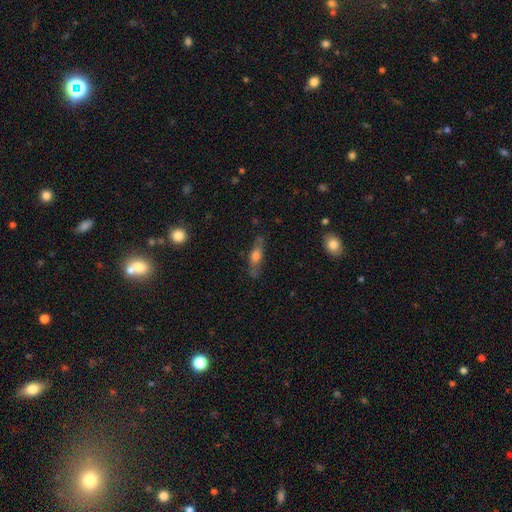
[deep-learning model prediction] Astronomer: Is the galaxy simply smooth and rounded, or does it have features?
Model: smooth — 56% (runner-up: featured or disk, 36%).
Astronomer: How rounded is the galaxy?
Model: cigar-shaped — 50% (runner-up: in between, 46%).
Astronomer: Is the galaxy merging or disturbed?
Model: none — 72%.